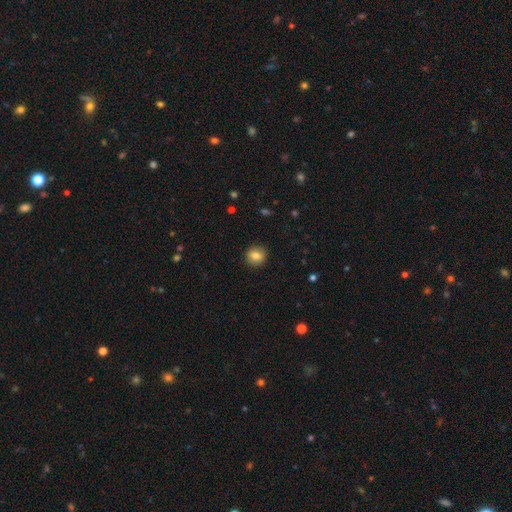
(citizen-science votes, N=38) This appears to be a smooth galaxy with no disk features (87%) that is round (94%). Merging: none (94%).